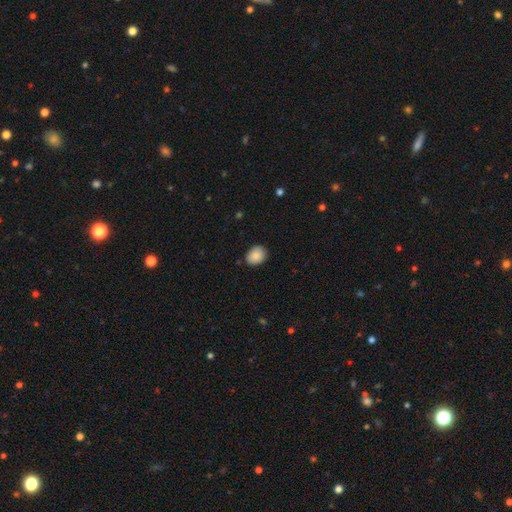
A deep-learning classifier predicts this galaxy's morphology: Overall: smooth (89%). How rounded: in between (57%; round 42%). Merging: none (84%).